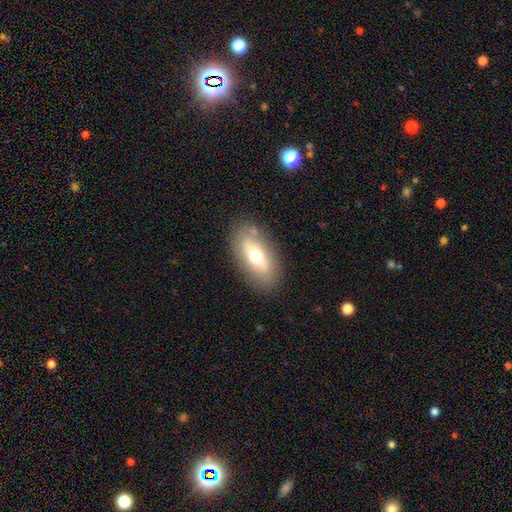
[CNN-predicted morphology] This appears to be a smooth galaxy with no disk features (58%) that is in between round and cigar-shaped (87%). Merging: none (80%).